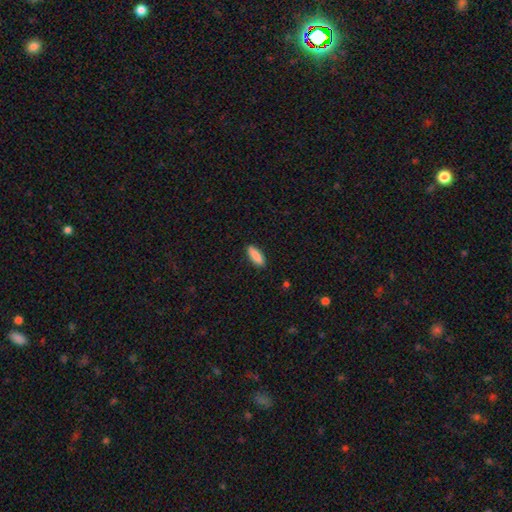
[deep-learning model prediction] Overall: smooth (88%). How rounded: in between (56%; cigar-shaped 42%). Merging: none (89%).